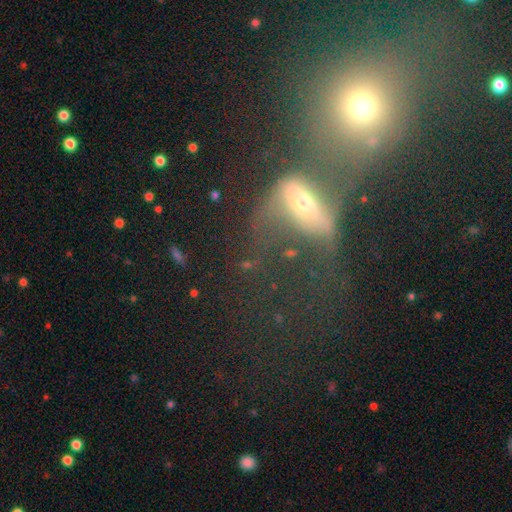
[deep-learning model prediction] This appears to be a featured or disk galaxy (45%). Merging: merger (52%).